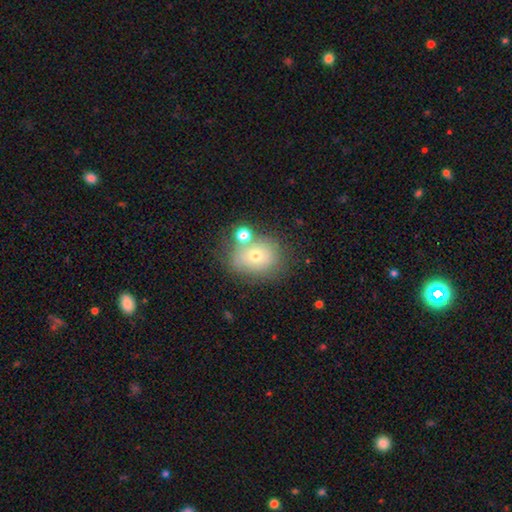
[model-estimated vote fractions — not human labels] Smooth or featured: smooth — 64% (featured or disk — 23%)
How rounded: round — 59% (in between — 40%)
Merging: none — 58% (merger — 19%)